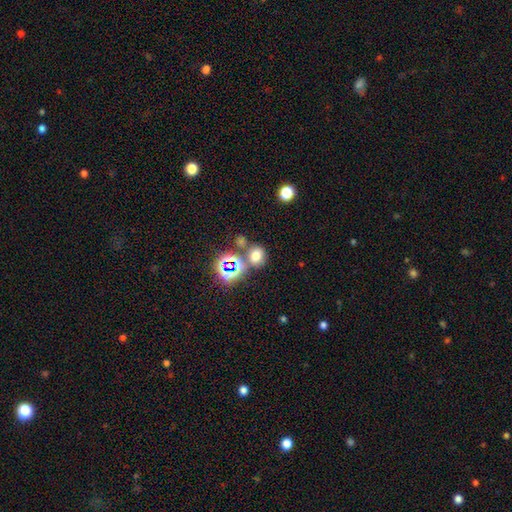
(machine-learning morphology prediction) smooth_or_featured: smooth (p=0.64) [alt: star or artifact p=0.28]
how_rounded: round (p=0.69) [alt: in between p=0.30]
merging: none (p=0.65) [alt: merger p=0.19]